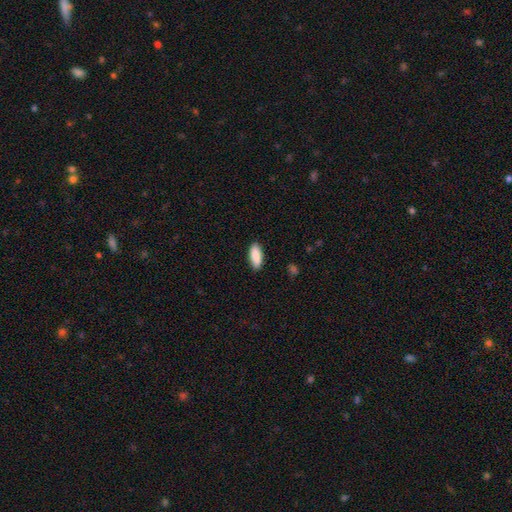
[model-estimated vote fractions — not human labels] A smooth galaxy with no disk features (89%) that is in between round and cigar-shaped (79%). Merging: none (88%).